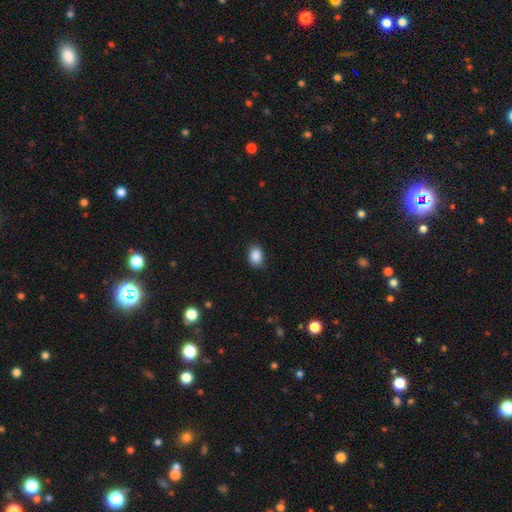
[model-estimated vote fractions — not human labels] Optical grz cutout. It shows a smooth galaxy with no disk features (89%) that is in between round and cigar-shaped (77%). Merging: none (83%).